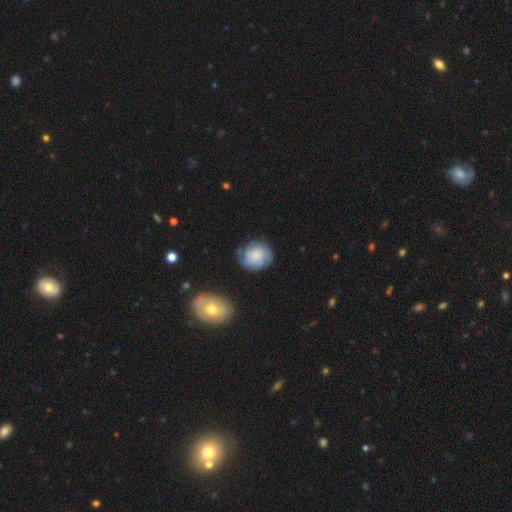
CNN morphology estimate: Overall: featured or disk (59%; smooth 33%). Edge-on disk: no (98%). Bar: no (77%). Spiral arms: yes (92%). Spiral arm count: 3 (32%; can't tell 30%). Spiral winding: tight (57%; medium 32%). Bulge size: small (32%, tied with none). Merging: none (71%).